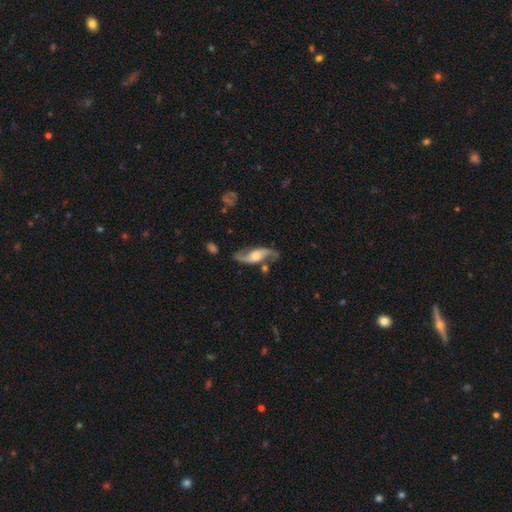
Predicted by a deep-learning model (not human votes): smooth-or-featured: featured or disk: 81% | smooth: 14% | star or artifact: 5%
  disk-edge-on: no: 86% | yes: 14%
    bar: no: 50% | weak: 35% | strong: 15%
    has-spiral-arms: yes: 94% | no: 6%
      spiral-winding: loose: 66% | medium: 27% | tight: 7%
      spiral-arm-count: 2: 92% | can't tell: 3% | 1: 2% | 3: 1% | 4: 1% | more than 4: 1%
    bulge-size: moderate: 43% | large: 30% | small: 15% | none: 8% | dominant: 3%
  merging: none: 71% | minor disturbance: 17% | major disturbance: 7% | merger: 5%